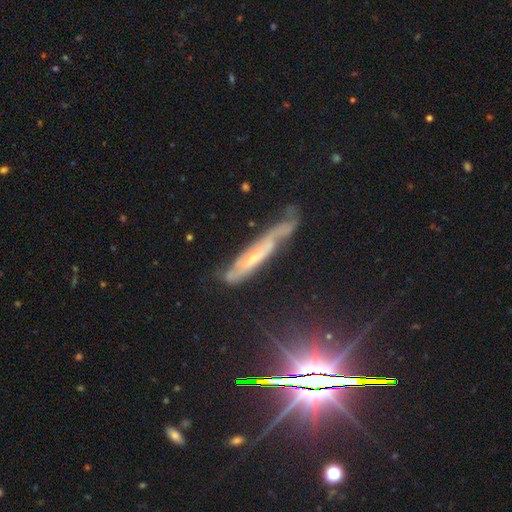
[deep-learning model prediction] Overall: featured or disk (64%). Edge-on disk: yes (60%; no 40%). Merging: none (52%; minor disturbance 31%).